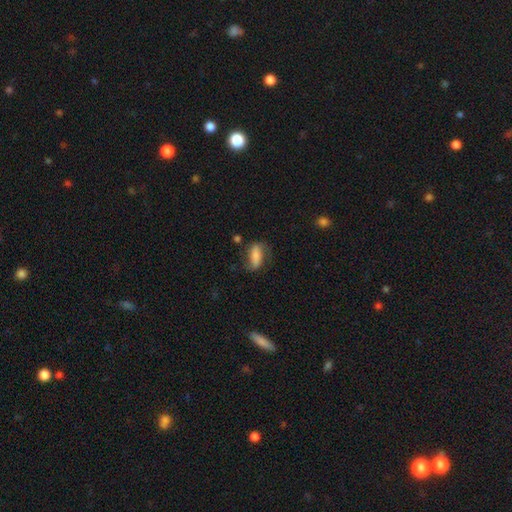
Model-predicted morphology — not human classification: This appears to be a smooth galaxy with no disk features (64%) that is in between round and cigar-shaped (71%). Merging: none (61%).